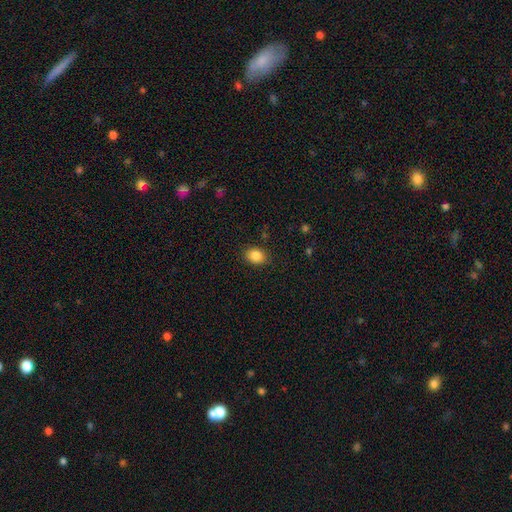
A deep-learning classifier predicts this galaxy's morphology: Smooth or featured? Predicted: smooth (p=0.86). How rounded? Predicted: in between (p=0.60). Merging? Predicted: none (p=0.87).